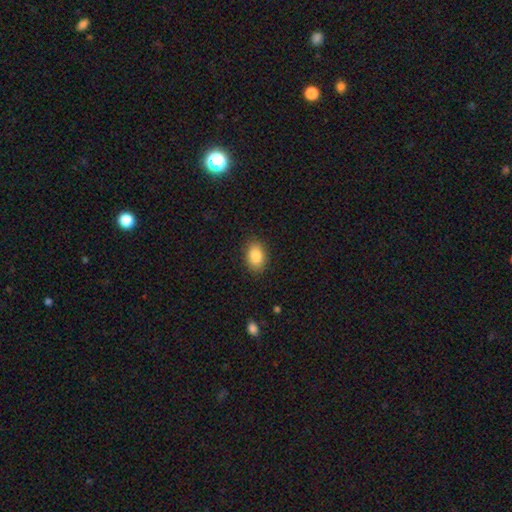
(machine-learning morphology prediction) A smooth galaxy with no disk features (85%) that is in between round and cigar-shaped (84%).

Vote fractions:
- Smooth or featured? smooth: 85% / star or artifact: 8% / featured or disk: 7%
- How rounded? in between: 84% / round: 15% / cigar-shaped: 1%
- Merging? none: 87% / minor disturbance: 9% / major disturbance: 2% / merger: 1%